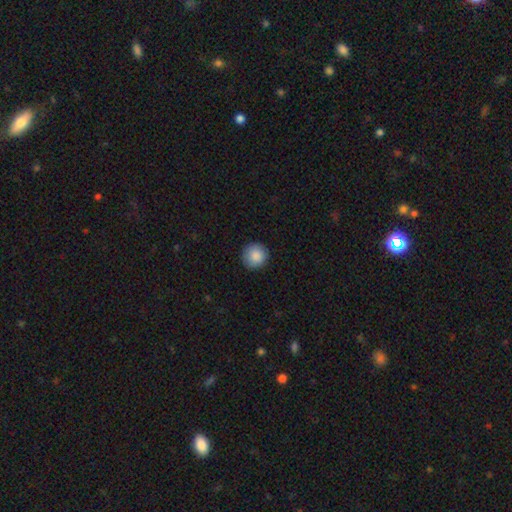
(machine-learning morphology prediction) This is clearly a smooth galaxy (88%). How rounded: clearly round (94%). Merging: clearly none (90%).